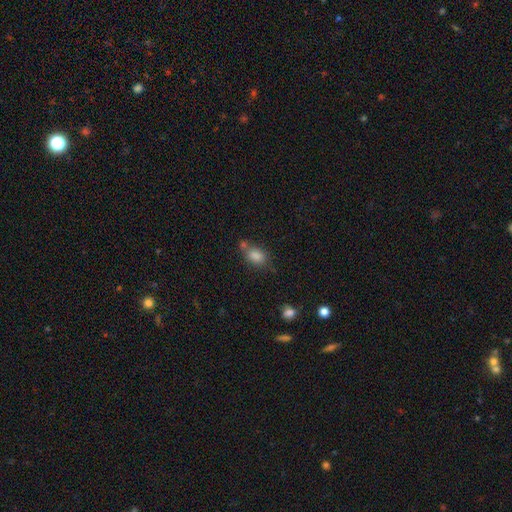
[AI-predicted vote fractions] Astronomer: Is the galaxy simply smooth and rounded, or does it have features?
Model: smooth — 83%.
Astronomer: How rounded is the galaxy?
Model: in between — 75%.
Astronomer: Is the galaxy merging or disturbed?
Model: none — 54%.